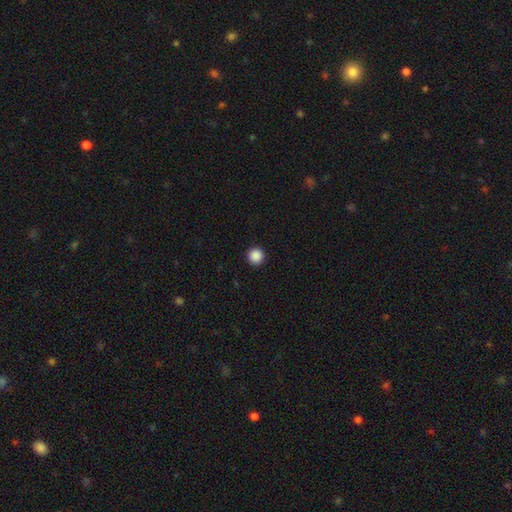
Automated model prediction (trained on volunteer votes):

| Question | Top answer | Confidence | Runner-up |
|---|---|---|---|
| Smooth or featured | smooth | 89% | star or artifact (9%) |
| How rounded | round | 96% | in between (3%) |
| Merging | none | 93% | minor disturbance (4%) |